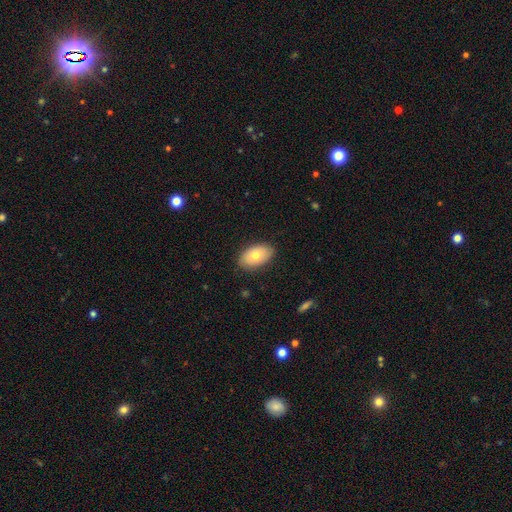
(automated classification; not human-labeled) A smooth galaxy with no disk features (74%) that is in between round and cigar-shaped (93%). Merging: none (85%).